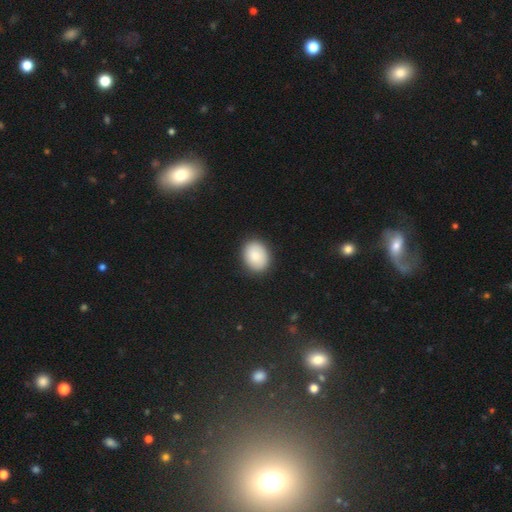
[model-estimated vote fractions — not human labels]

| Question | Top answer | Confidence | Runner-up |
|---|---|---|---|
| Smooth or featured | smooth | 87% | star or artifact (7%) |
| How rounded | in between | 57% | round (42%) |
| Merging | none | 89% | minor disturbance (8%) |